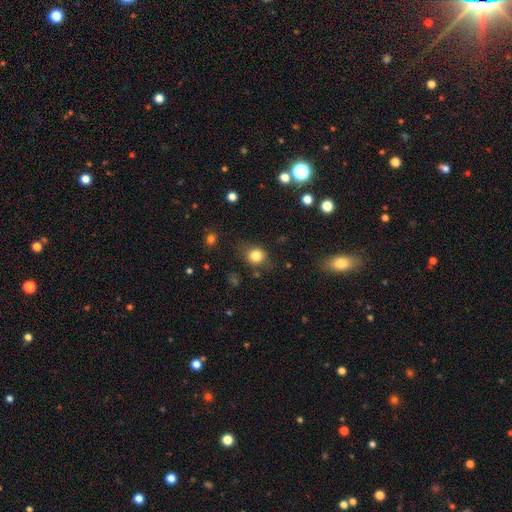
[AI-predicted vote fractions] This appears to be a smooth galaxy with no disk features (82%) that is round (79%). Merging: none (77%).